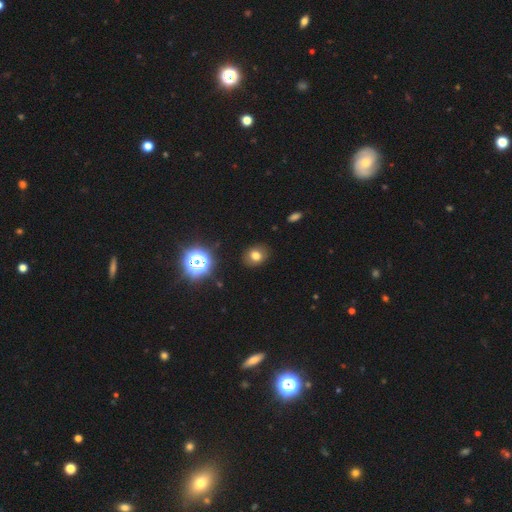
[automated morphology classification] The model was most divided on "how rounded": round: 60%, in between: 39%, cigar-shaped: 1%. More confident: merging — none (86%); smooth or featured — smooth (75%).